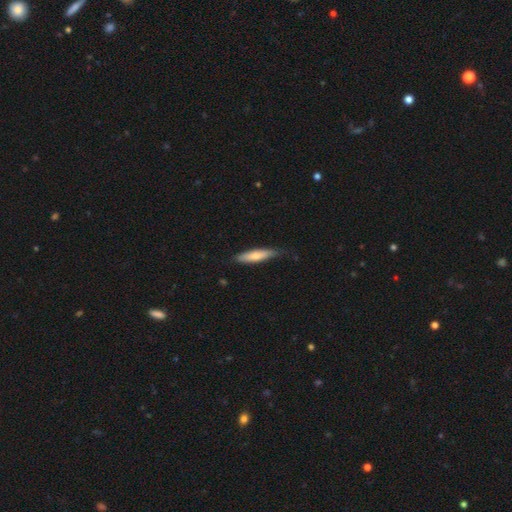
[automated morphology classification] Smooth or featured? smooth (71%)
How rounded? cigar-shaped (77%)
Merging? none (76%)